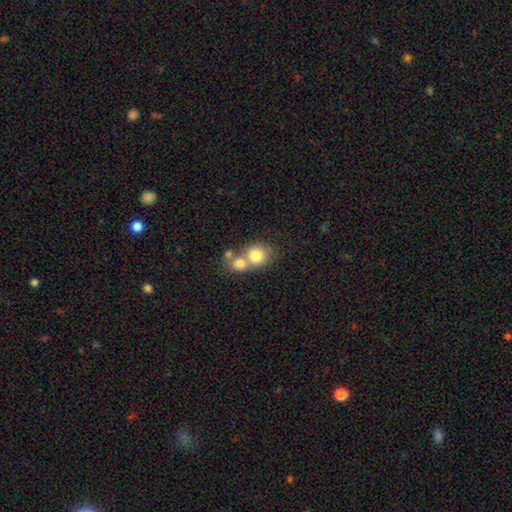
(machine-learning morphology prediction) Smooth or featured? Predicted: smooth (p=0.77). How rounded? Predicted: round (p=0.76). Merging? Predicted: merger (p=0.58).